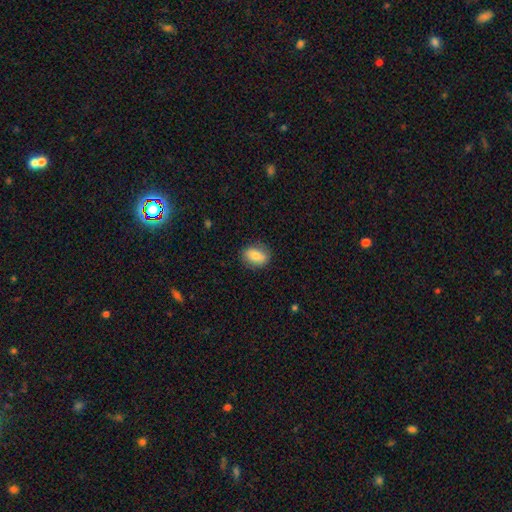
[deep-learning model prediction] Smooth or featured? smooth (79%)
How rounded? in between (73%)
Merging? none (84%)